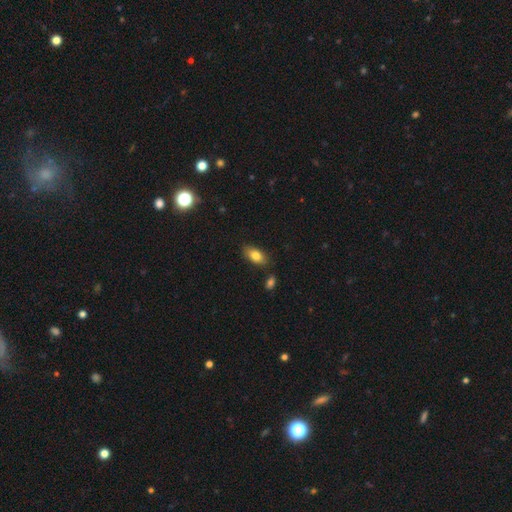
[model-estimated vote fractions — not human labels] Overall: smooth (81%). How rounded: in between (91%). Merging: none (81%).